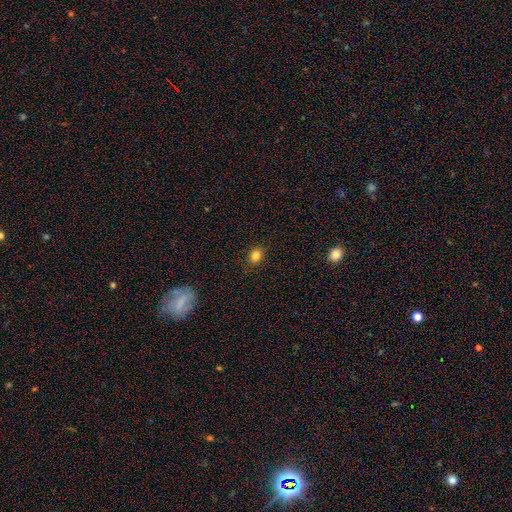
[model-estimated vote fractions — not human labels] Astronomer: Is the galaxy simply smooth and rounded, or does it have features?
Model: smooth — 82%.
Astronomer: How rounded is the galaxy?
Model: round — 52% (runner-up: in between, 47%).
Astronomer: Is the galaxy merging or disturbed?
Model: none — 87%.